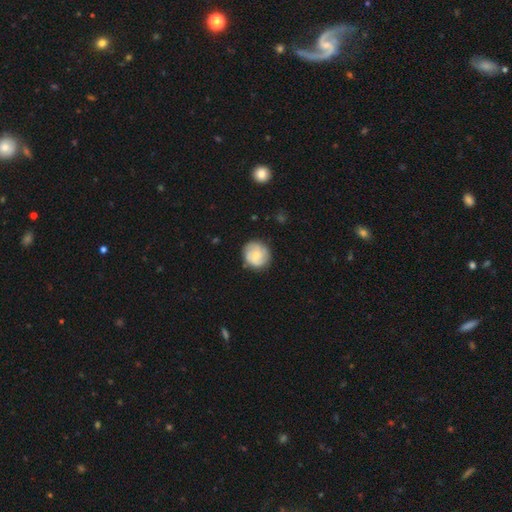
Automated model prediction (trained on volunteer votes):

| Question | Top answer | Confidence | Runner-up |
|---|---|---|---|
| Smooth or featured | smooth | 60% | featured or disk (33%) |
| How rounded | round | 86% | in between (13%) |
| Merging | none | 80% | minor disturbance (15%) |